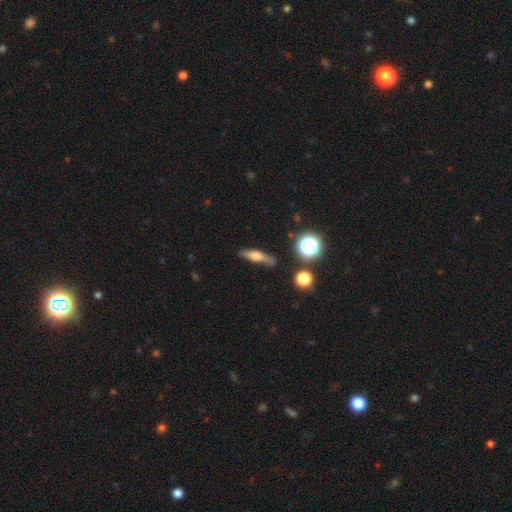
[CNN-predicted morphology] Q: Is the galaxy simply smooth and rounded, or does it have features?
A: smooth — 49%.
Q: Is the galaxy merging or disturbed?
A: none — 73%.